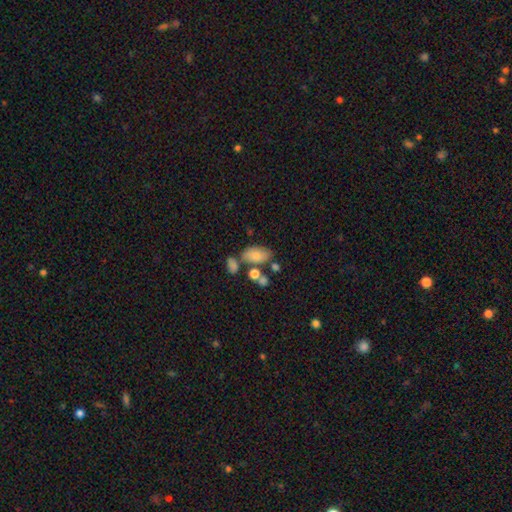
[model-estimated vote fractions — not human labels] This is likely a smooth galaxy (76%). How rounded: clearly in between (91%). Merging: possibly none (52%).